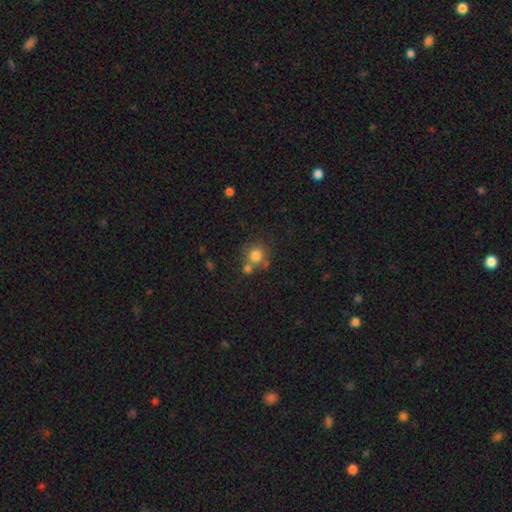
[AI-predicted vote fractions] This appears to be a smooth galaxy with no disk features (79%) that is round (85%). Merging: none (55%).